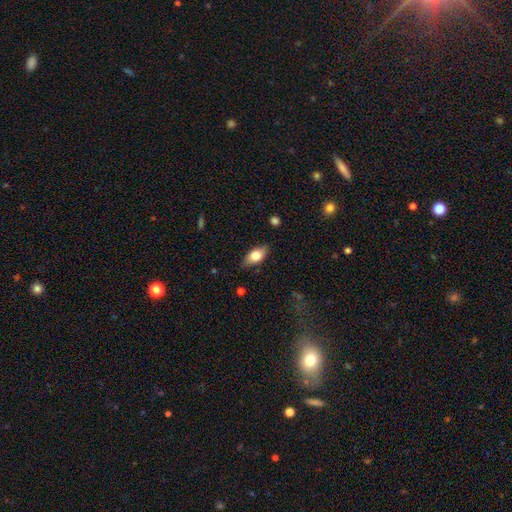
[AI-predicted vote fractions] This appears to be a smooth galaxy with no disk features (72%) that is in between round and cigar-shaped (87%). Merging: none (82%).